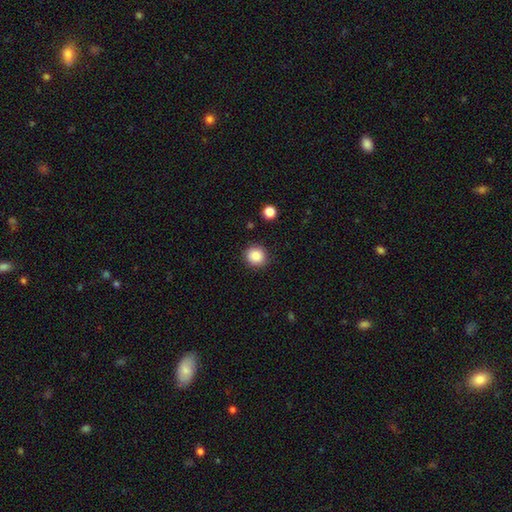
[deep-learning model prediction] smooth 86%, star or artifact 10%, featured or disk 5%. Down the decision tree: how rounded — round (90%); merging — none (88%).